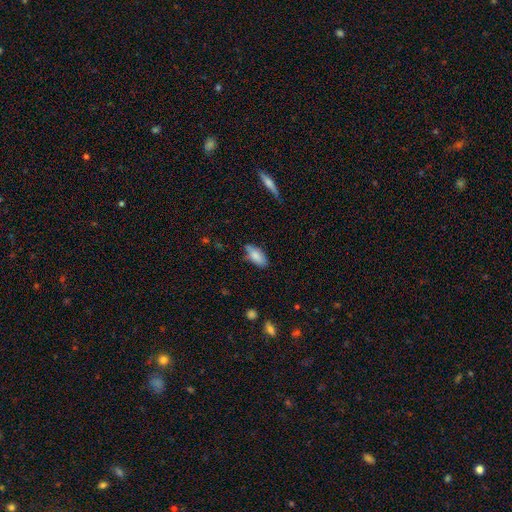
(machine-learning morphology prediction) smooth_or_featured: smooth (p=0.82) [alt: featured or disk p=0.11]
how_rounded: in between (p=0.86) [alt: cigar-shaped p=0.12]
merging: none (p=0.70) [alt: minor disturbance p=0.24]